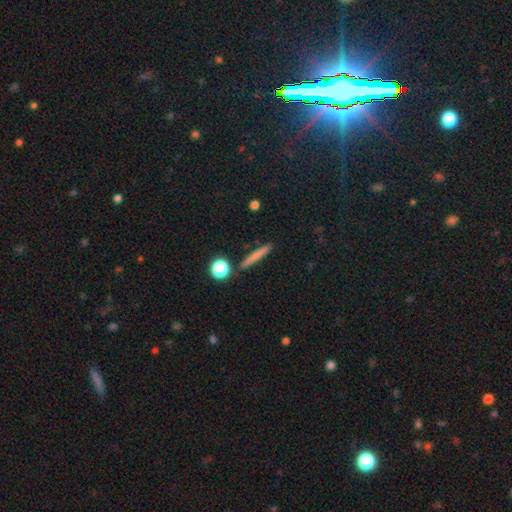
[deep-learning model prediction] Smooth or featured? smooth (73%)
How rounded? cigar-shaped (90%)
Merging? none (88%)